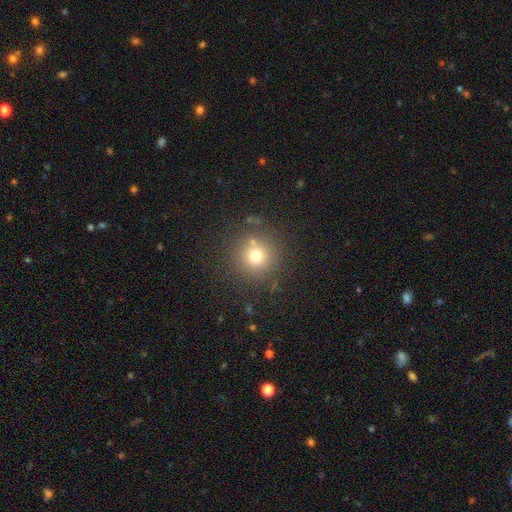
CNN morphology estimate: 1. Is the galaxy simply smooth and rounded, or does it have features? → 71% smooth, 18% star or artifact, 11% featured or disk.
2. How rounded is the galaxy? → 94% round, 5% in between, 1% cigar-shaped.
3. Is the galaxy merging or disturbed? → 81% none, 9% minor disturbance, 6% merger, 4% major disturbance.